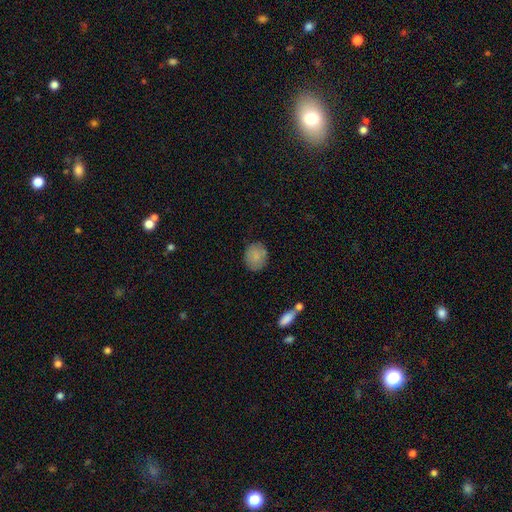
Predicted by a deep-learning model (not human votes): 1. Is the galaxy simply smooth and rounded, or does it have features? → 83% smooth, 9% featured or disk, 8% star or artifact.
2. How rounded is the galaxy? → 61% round, 38% in between, 1% cigar-shaped.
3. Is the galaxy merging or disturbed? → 79% none, 14% minor disturbance, 3% major disturbance, 3% merger.